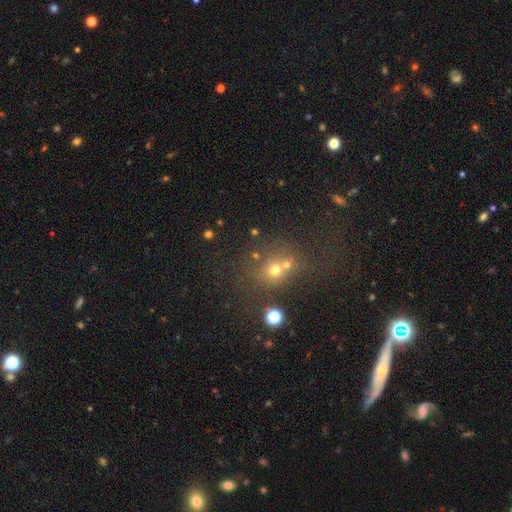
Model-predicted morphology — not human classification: A smooth galaxy with no disk features (54%) that is round (76%).

Vote fractions:
- Smooth or featured? smooth: 54% / star or artifact: 31% / featured or disk: 16%
- How rounded? round: 76% / in between: 22% / cigar-shaped: 1%
- Merging? none: 48% / merger: 36% / minor disturbance: 9% / major disturbance: 7%